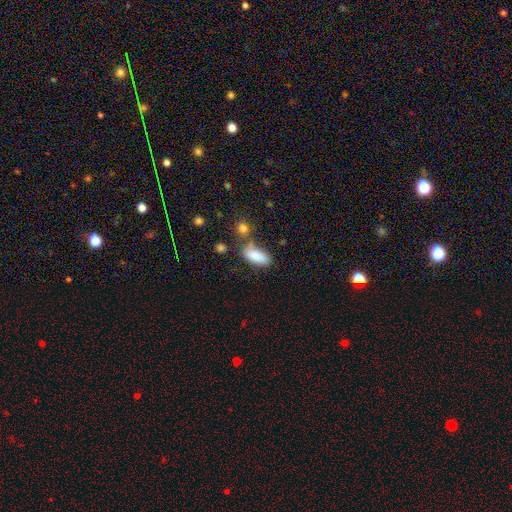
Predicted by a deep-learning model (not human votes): This is clearly a smooth galaxy (85%). How rounded: clearly in between (83%). Merging: possibly none (56%).